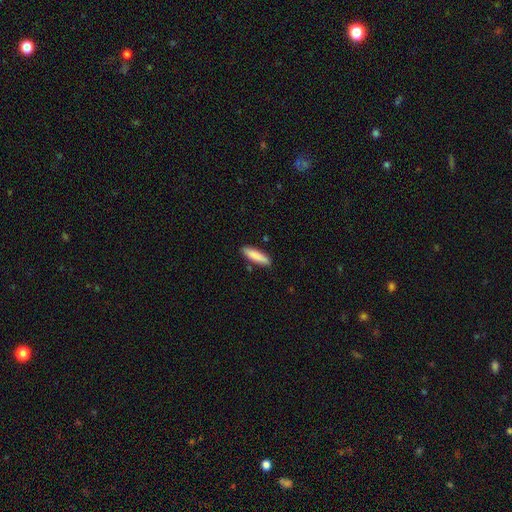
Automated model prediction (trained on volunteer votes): Morphology: type=smooth (87%); roundness=cigar-shaped (69%); merging=none (86%).